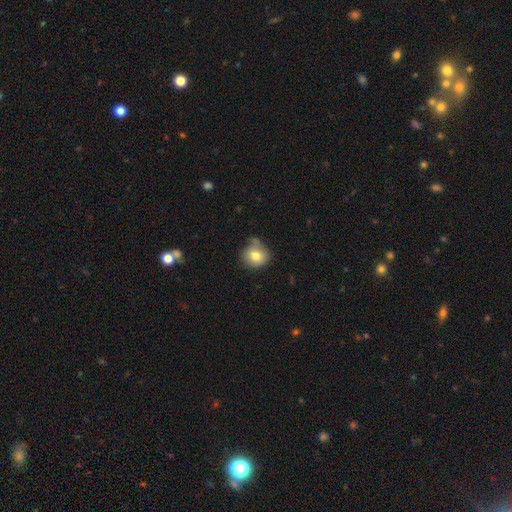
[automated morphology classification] type=smooth (80%); roundness=round (82%); merging=none (64%).